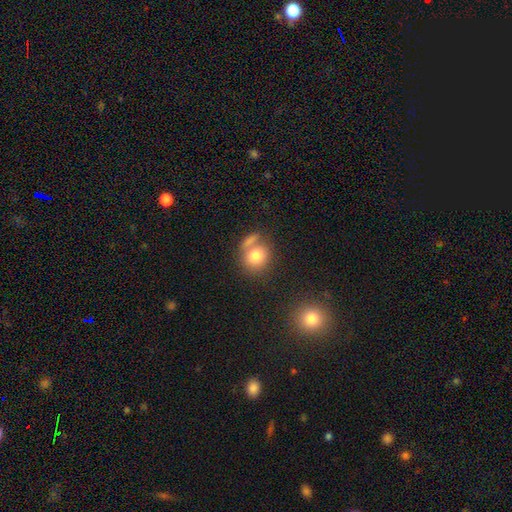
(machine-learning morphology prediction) A smooth galaxy with no disk features (79%) that is round (75%).

Vote fractions:
- Smooth or featured? smooth: 79% / featured or disk: 12% / star or artifact: 9%
- How rounded? round: 75% / in between: 23% / cigar-shaped: 1%
- Merging? none: 48% / merger: 34% / minor disturbance: 12% / major disturbance: 7%